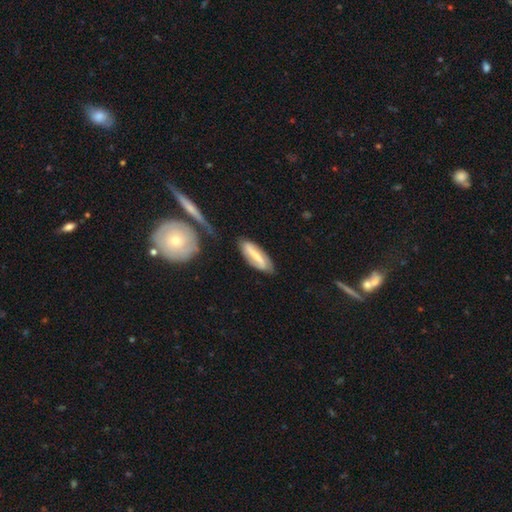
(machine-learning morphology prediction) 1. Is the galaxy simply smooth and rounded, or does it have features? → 53% featured or disk, 41% smooth, 6% star or artifact.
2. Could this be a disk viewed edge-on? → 81% no, 19% yes.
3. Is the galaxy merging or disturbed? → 76% none, 16% minor disturbance, 4% major disturbance, 3% merger.